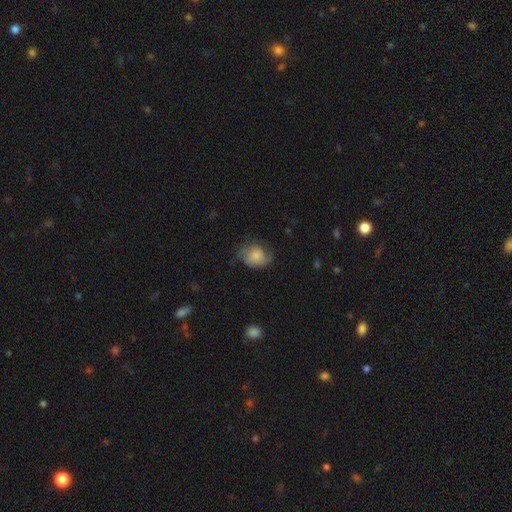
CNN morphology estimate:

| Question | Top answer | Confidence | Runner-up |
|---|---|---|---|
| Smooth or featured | smooth | 60% | featured or disk (32%) |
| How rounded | in between | 50% | round (49%) |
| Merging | none | 52% | minor disturbance (30%) |